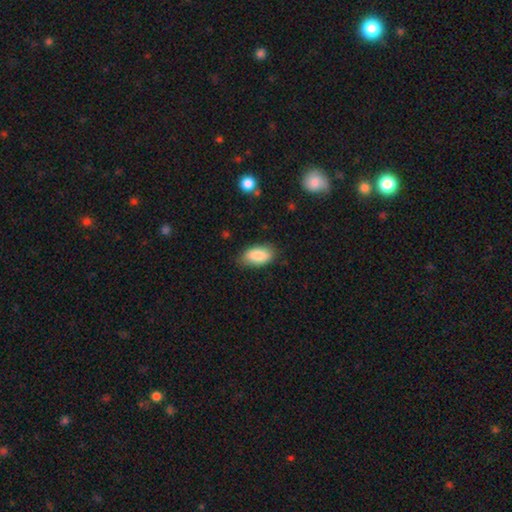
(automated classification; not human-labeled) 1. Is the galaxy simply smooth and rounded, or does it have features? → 86% smooth, 7% featured or disk, 6% star or artifact.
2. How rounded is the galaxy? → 93% in between, 4% cigar-shaped, 3% round.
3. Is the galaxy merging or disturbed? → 78% none, 17% minor disturbance, 3% major disturbance, 1% merger.